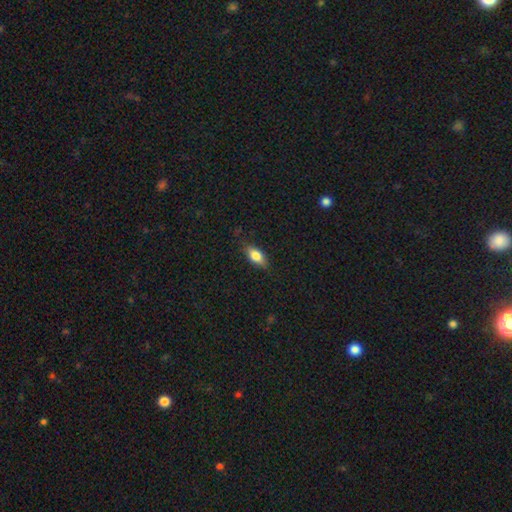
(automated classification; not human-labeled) A smooth galaxy with no disk features (75%) that is in between round and cigar-shaped (82%). Merging: none (80%).